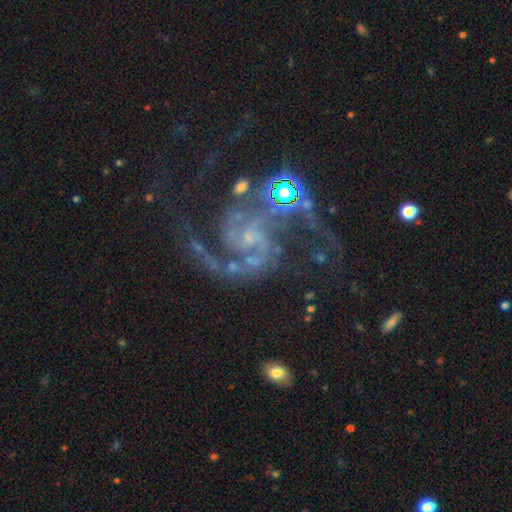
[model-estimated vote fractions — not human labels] Smooth or featured? featured or disk (90%)
Edge-on disk? no (98%)
Bar? no (52%)
Spiral arms? yes (98%)
Spiral winding? medium (59%)
Spiral arm count? 2 (86%)
Bulge size? small (70%)
Merging? none (56%)